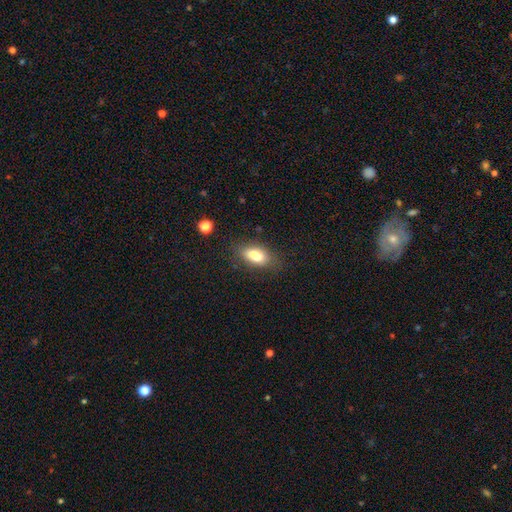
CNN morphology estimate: A smooth galaxy with no disk features (76%) that is in between round and cigar-shaped (85%). Merging: none (64%).